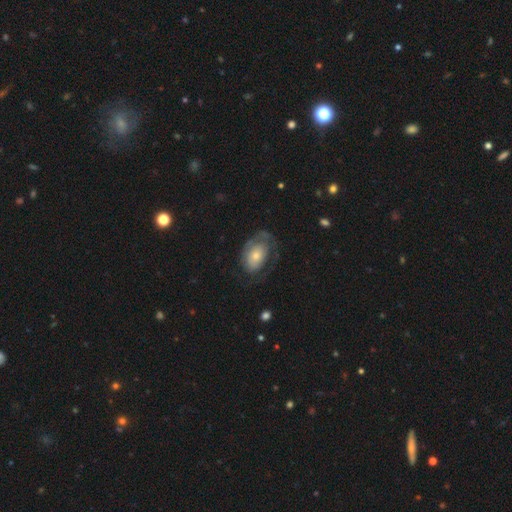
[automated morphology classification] Smooth or featured? smooth (50%)
Merging? none (49%)